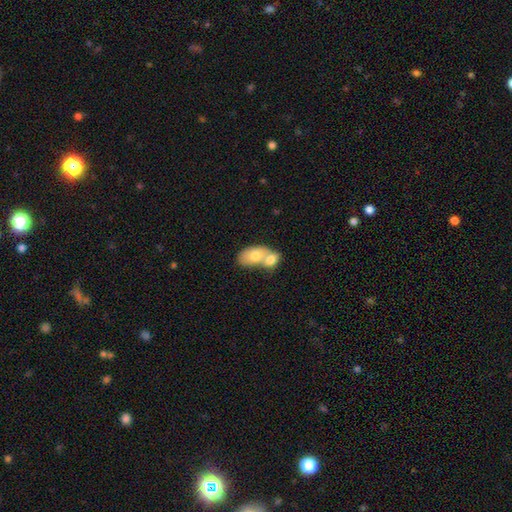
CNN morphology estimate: smooth-or-featured: smooth: 71% | featured or disk: 23% | star or artifact: 6%
  how-rounded: in between: 86% | round: 11% | cigar-shaped: 2%
  merging: merger: 74% | none: 16% | minor disturbance: 7% | major disturbance: 4%